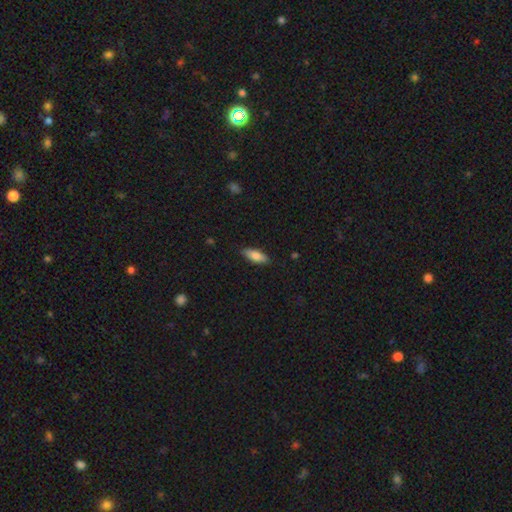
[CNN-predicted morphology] Smooth or featured? smooth (79%)
How rounded? in between (70%)
Merging? none (87%)